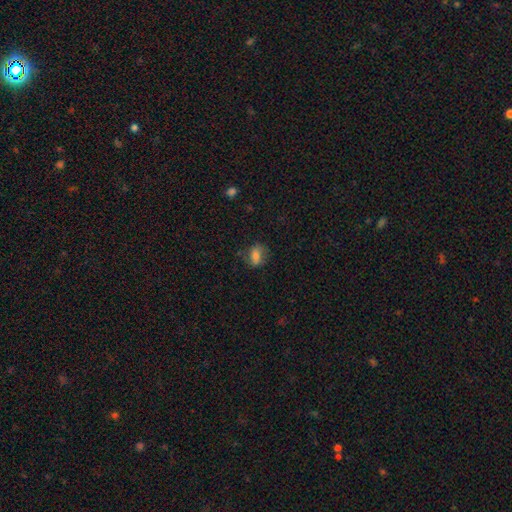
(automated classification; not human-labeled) Smooth or featured: smooth — 67% (featured or disk — 24%)
How rounded: in between — 68% (round — 29%)
Merging: none — 72% (minor disturbance — 19%)